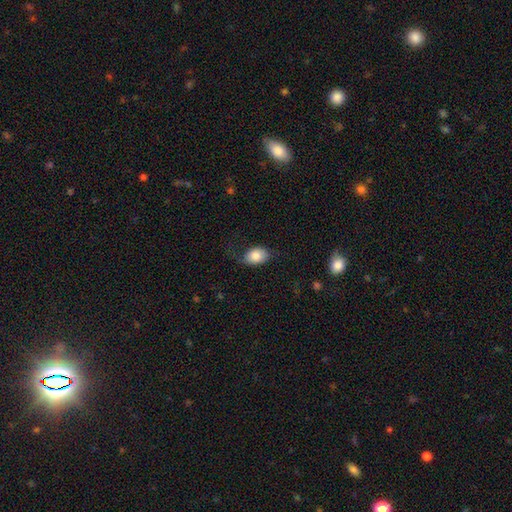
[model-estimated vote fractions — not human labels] The model was most divided on "merging": none: 57%, minor disturbance: 26%, major disturbance: 15%, merger: 2%. More confident: how rounded — in between (82%); smooth or featured — smooth (80%).